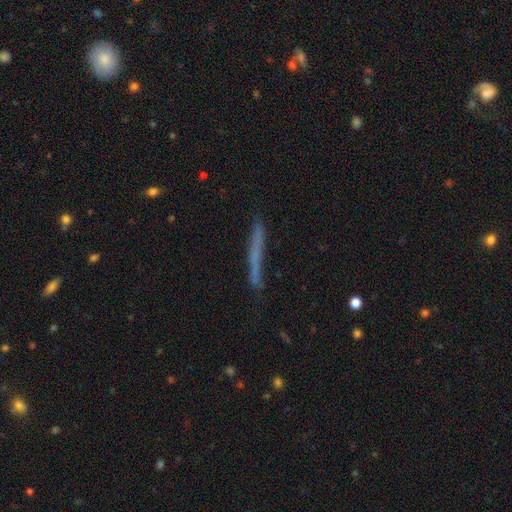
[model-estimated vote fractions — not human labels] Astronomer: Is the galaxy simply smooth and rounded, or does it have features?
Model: smooth — 55% (runner-up: featured or disk, 36%).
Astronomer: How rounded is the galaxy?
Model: cigar-shaped — 96%.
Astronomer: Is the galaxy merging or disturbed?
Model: none — 77%.